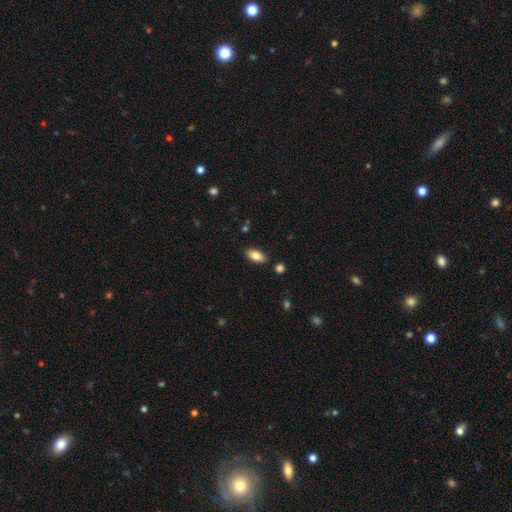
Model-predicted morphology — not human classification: Smooth or featured?
  - smooth: 82% *
  - featured or disk: 11%
  - star or artifact: 7%
How rounded?
  - in between: 90% *
  - cigar-shaped: 7%
  - round: 3%
Merging?
  - none: 86% *
  - minor disturbance: 10%
  - merger: 2%
  - major disturbance: 2%